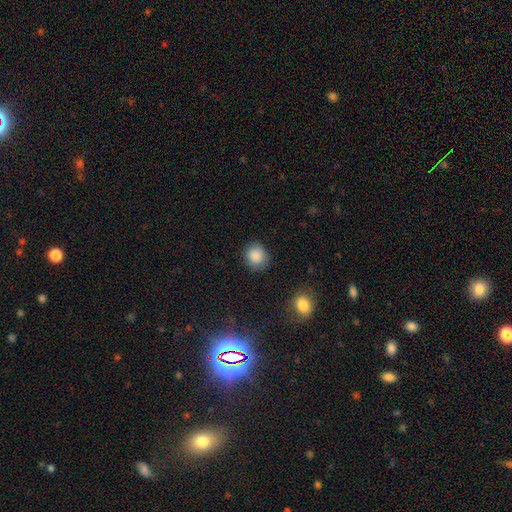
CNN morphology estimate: type=smooth (88%); roundness=round (82%); merging=none (84%).